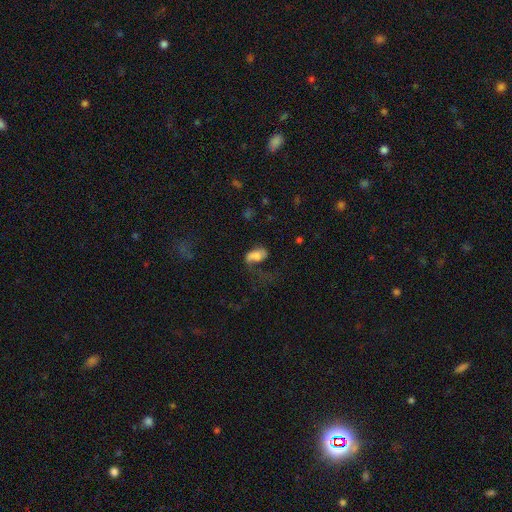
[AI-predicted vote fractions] Overall: smooth (59%; featured or disk 30%). How rounded: in between (91%). Merging: major disturbance (45%; none 27%).